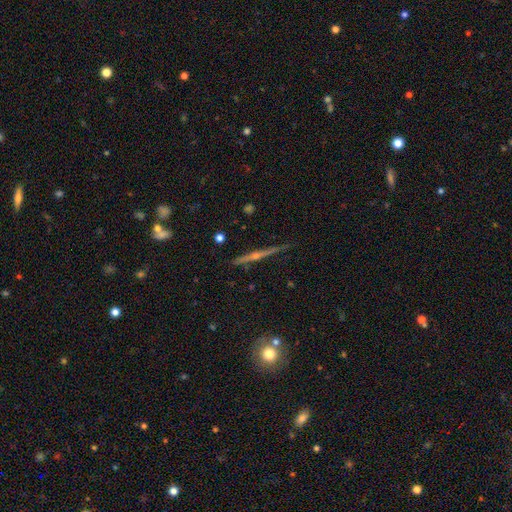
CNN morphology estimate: Smooth or featured?
  - featured or disk: 80% *
  - smooth: 12%
  - star or artifact: 8%
Edge-on disk?
  - yes: 98% *
  - no: 2%
Edge-on bulge?
  - rounded: 85% *
  - none: 11%
  - boxy: 5%
Merging?
  - none: 87% *
  - minor disturbance: 9%
  - major disturbance: 2%
  - merger: 2%